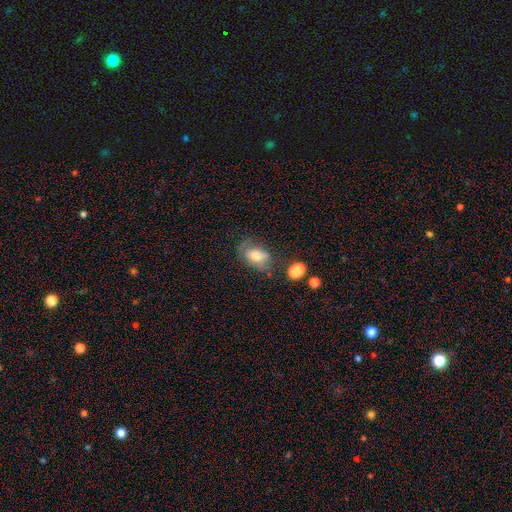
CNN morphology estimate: Smooth or featured?
  - smooth: 64% *
  - featured or disk: 26%
  - star or artifact: 10%
How rounded?
  - in between: 83% *
  - round: 14%
  - cigar-shaped: 2%
Merging?
  - none: 49% *
  - minor disturbance: 29%
  - major disturbance: 15%
  - merger: 6%